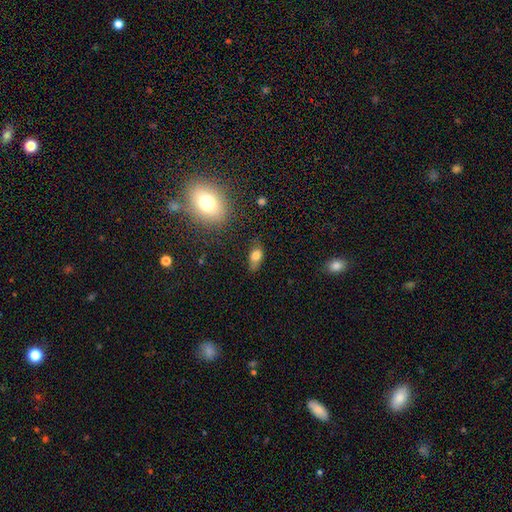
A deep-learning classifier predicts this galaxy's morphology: Smooth or featured: smooth — 77% (featured or disk — 12%)
How rounded: in between — 84% (round — 10%)
Merging: none — 62% (minor disturbance — 27%)